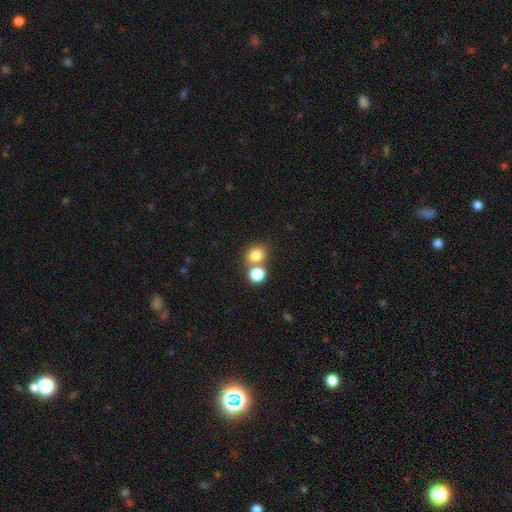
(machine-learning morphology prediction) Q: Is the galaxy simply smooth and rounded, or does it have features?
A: smooth — 80%.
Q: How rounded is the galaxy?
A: round — 71%.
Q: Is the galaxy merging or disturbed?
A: none — 52%.